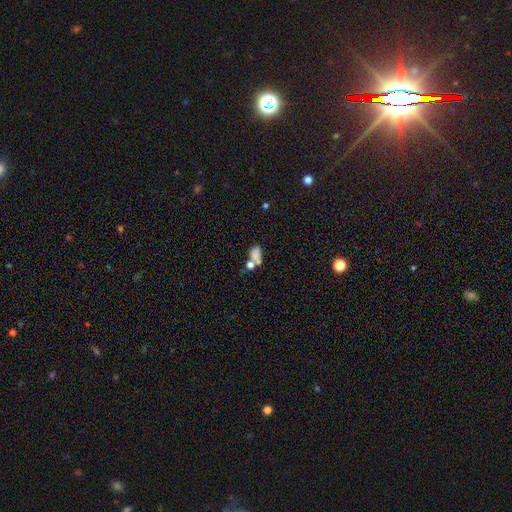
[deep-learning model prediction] A smooth galaxy with no disk features (71%) that is in between round and cigar-shaped (78%). Merging: merger (40%).